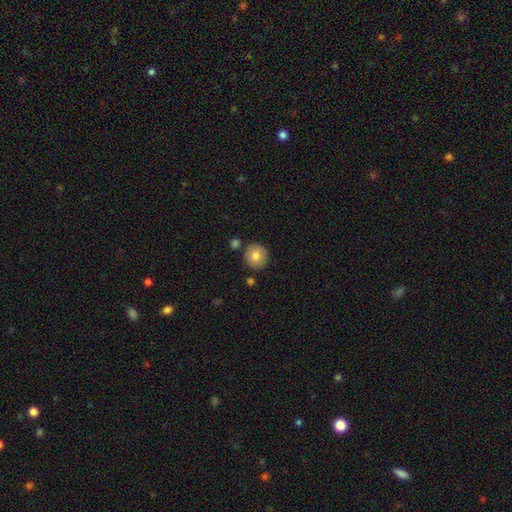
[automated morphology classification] smooth-or-featured: smooth: 82% | featured or disk: 10% | star or artifact: 8%
  how-rounded: round: 93% | in between: 6% | cigar-shaped: 1%
  merging: none: 82% | minor disturbance: 9% | merger: 7% | major disturbance: 2%